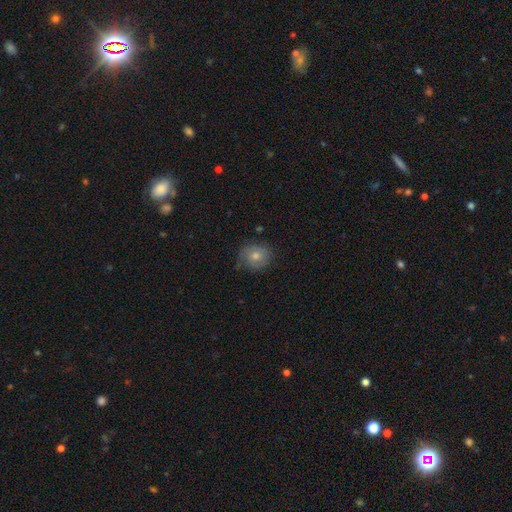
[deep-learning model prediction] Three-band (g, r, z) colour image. It shows a smooth galaxy with no disk features (51%) that is round (81%). Merging: none (75%).